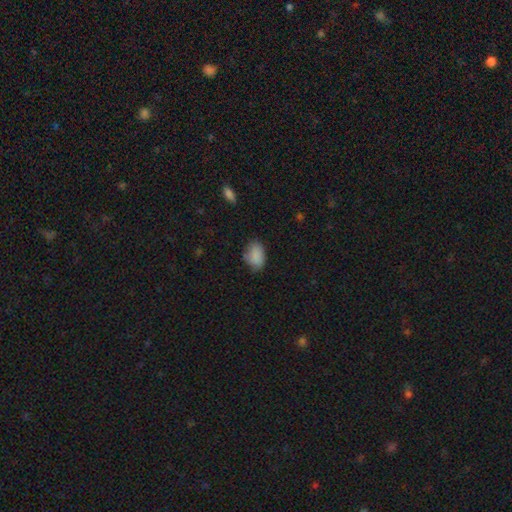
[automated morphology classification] Smooth or featured?
  - smooth: 87% *
  - star or artifact: 8%
  - featured or disk: 5%
How rounded?
  - in between: 84% *
  - round: 14%
  - cigar-shaped: 1%
Merging?
  - none: 70% *
  - minor disturbance: 24%
  - major disturbance: 5%
  - merger: 2%